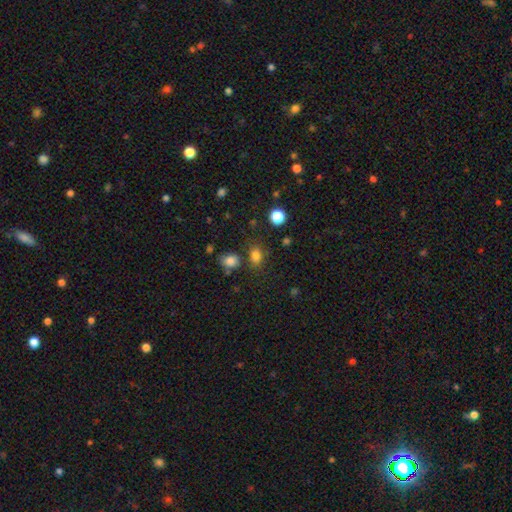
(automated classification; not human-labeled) Smooth or featured?
  - smooth: 80% *
  - star or artifact: 14%
  - featured or disk: 5%
How rounded?
  - in between: 64% *
  - round: 34%
  - cigar-shaped: 1%
Merging?
  - none: 72% *
  - minor disturbance: 14%
  - merger: 10%
  - major disturbance: 5%